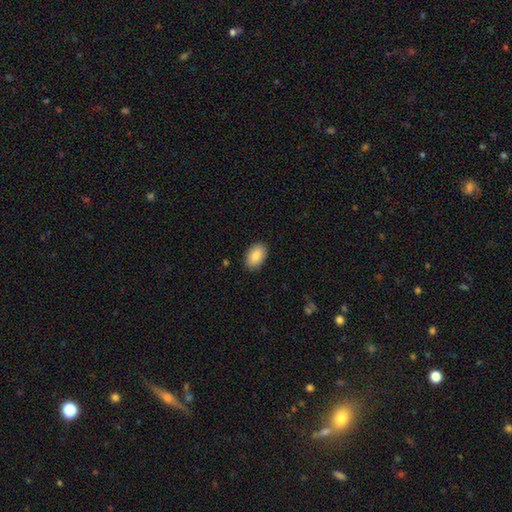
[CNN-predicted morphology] The model was most divided on "merging": none: 89%, minor disturbance: 9%, major disturbance: 2%, merger: 1%. More confident: how rounded — in between (92%); smooth or featured — smooth (88%).